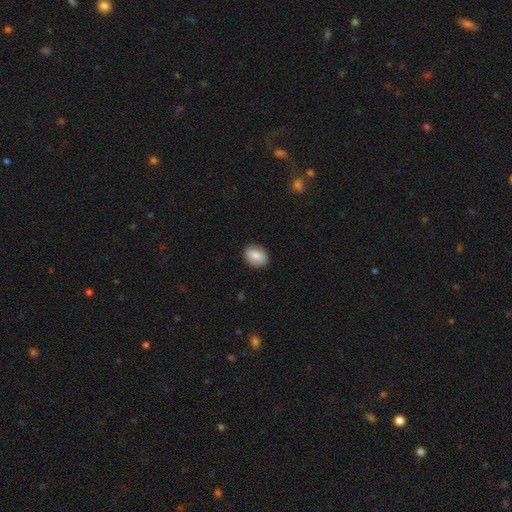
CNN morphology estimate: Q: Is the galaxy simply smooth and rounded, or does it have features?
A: smooth — 85%.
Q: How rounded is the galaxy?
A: in between — 65%.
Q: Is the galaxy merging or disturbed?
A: none — 88%.